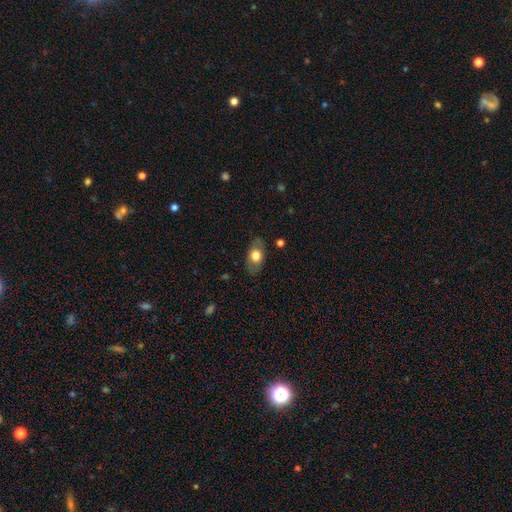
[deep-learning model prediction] smooth-or-featured: smooth: 67% | featured or disk: 26% | star or artifact: 7%
  how-rounded: in between: 86% | round: 11% | cigar-shaped: 3%
  merging: none: 80% | minor disturbance: 15% | major disturbance: 4% | merger: 1%